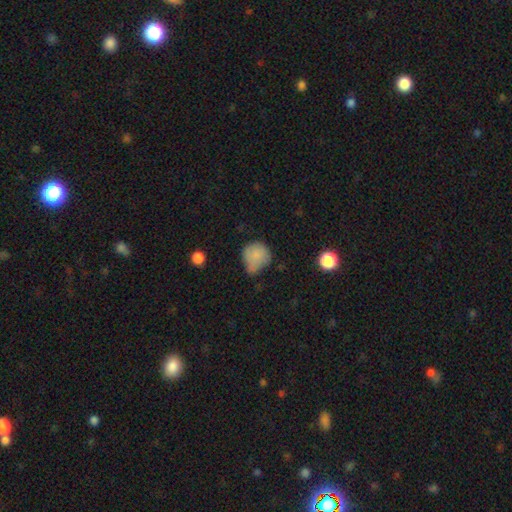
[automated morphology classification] Smooth or featured: smooth — 81% (featured or disk — 10%)
How rounded: round — 79% (in between — 20%)
Merging: minor disturbance — 44% (none — 35%)